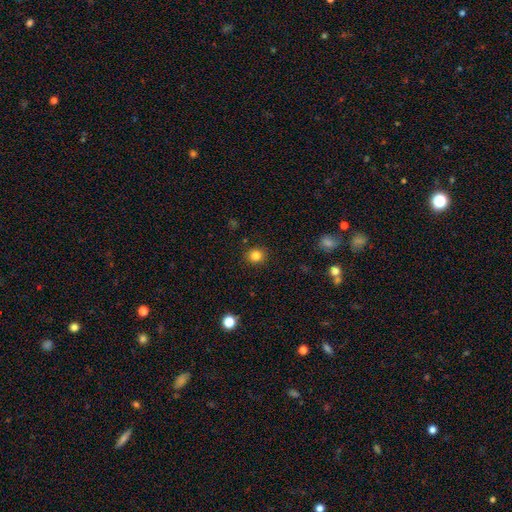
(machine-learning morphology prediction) A smooth galaxy with no disk features (83%) that is round (89%). Merging: none (90%).